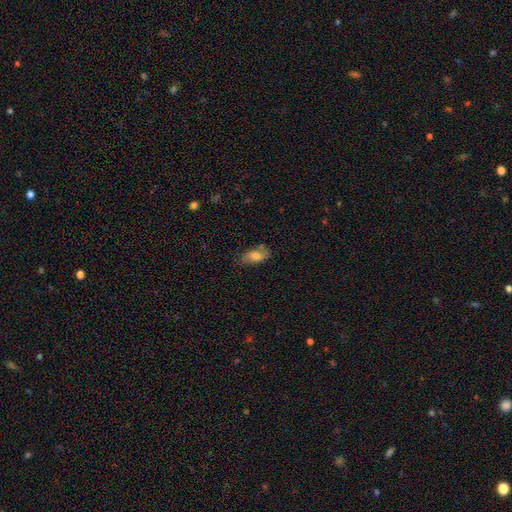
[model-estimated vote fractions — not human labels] This is likely a smooth galaxy (64%). How rounded: clearly in between (85%). Merging: likely none (66%).